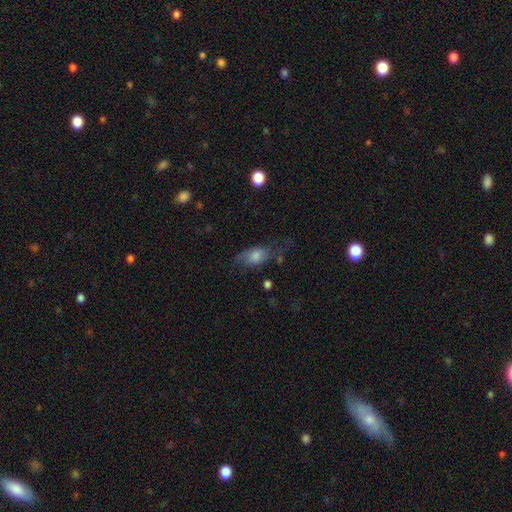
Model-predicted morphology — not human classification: This is possibly a smooth galaxy (59%). How rounded: likely in between (79%). Merging: possibly none (49%).